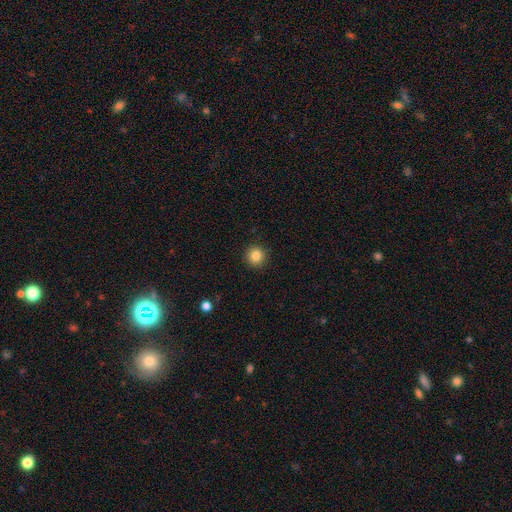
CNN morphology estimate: smooth_or_featured: smooth (p=0.84) [alt: star or artifact p=0.11]
how_rounded: round (p=0.94) [alt: in between p=0.05]
merging: none (p=0.92) [alt: minor disturbance p=0.05]